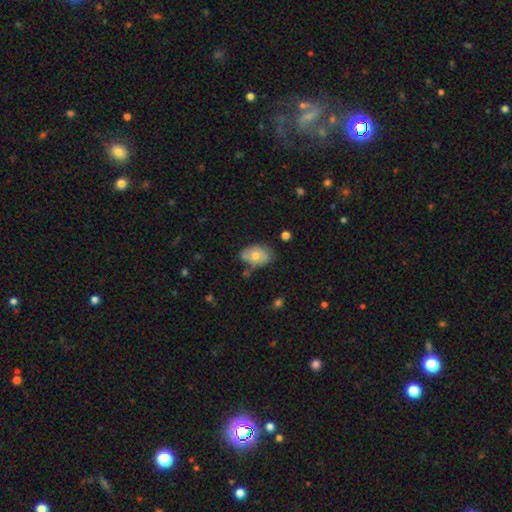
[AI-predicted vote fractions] This is likely a smooth galaxy (63%). How rounded: clearly in between (83%). Merging: likely none (62%).